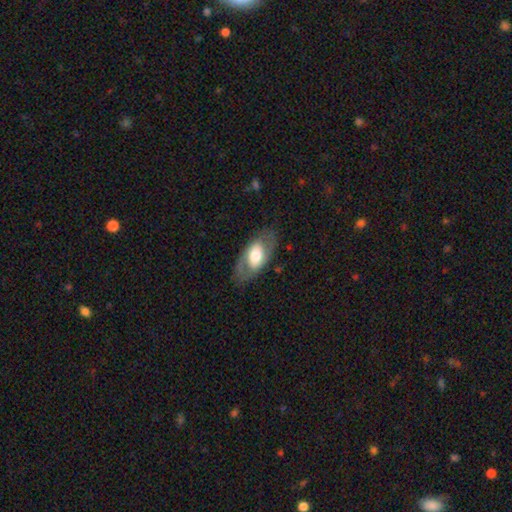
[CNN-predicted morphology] Smooth or featured: featured or disk — 54% (smooth — 40%)
Edge-on disk: no — 88% (yes — 12%)
Merging: none — 77% (minor disturbance — 15%)